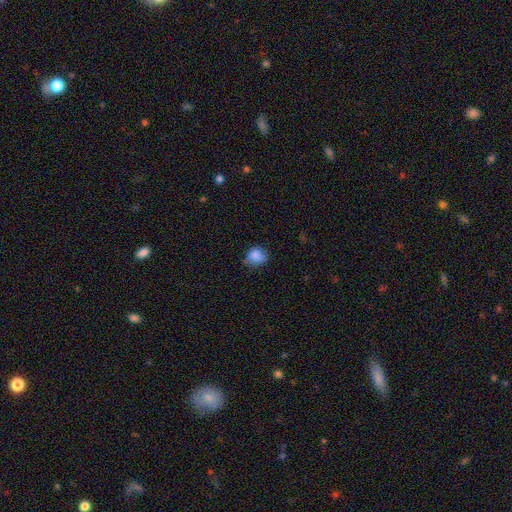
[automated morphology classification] Q: Smooth or featured?
A: smooth (84%); runner-up: star or artifact (9%)
Q: How rounded?
A: round (71%); runner-up: in between (28%)
Q: Merging?
A: none (63%); runner-up: minor disturbance (29%)